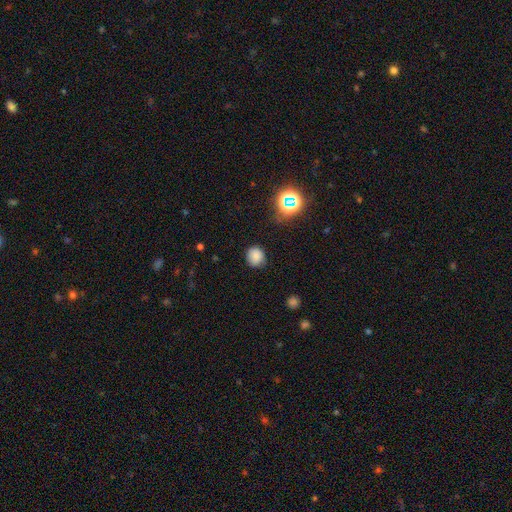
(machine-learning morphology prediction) The model was most divided on "how rounded": round: 78%, in between: 21%, cigar-shaped: 1%. More confident: merging — none (81%); smooth or featured — smooth (79%).